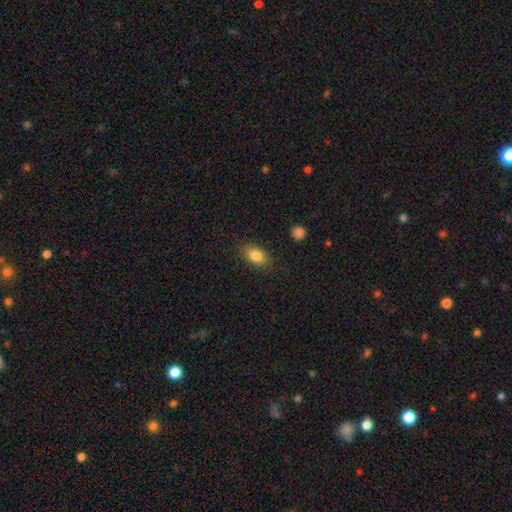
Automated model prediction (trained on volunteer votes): Smooth or featured?
  - smooth: 84% *
  - star or artifact: 8%
  - featured or disk: 8%
How rounded?
  - in between: 87% *
  - round: 10%
  - cigar-shaped: 3%
Merging?
  - none: 84% *
  - minor disturbance: 12%
  - major disturbance: 3%
  - merger: 1%